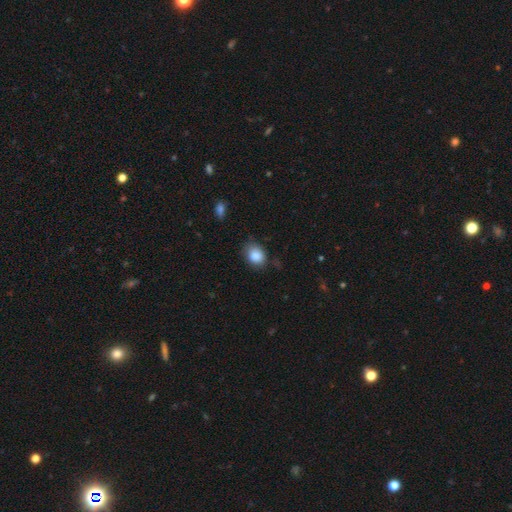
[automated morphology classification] type=smooth (86%); roundness=in between (58%); merging=none (68%).